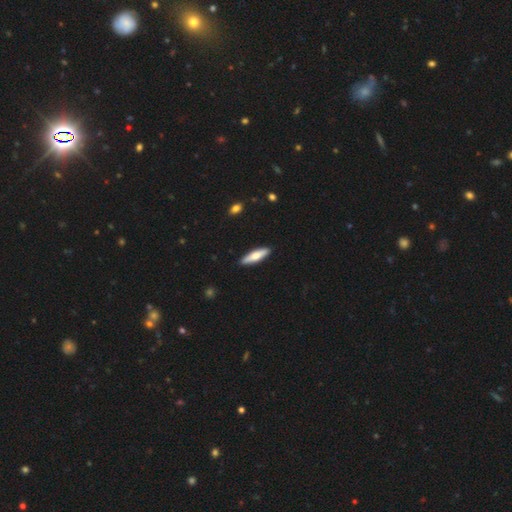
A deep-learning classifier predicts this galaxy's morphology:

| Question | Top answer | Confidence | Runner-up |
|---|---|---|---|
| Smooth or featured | smooth | 60% | featured or disk (35%) |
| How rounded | cigar-shaped | 71% | in between (27%) |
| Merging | none | 90% | minor disturbance (8%) |